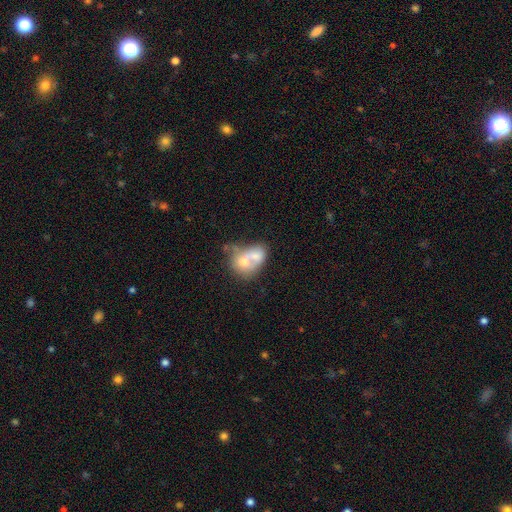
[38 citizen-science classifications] smooth-or-featured: smooth: 61% | featured or disk: 34% | star or artifact: 5%
  how-rounded: in between: 78% | round: 22% | cigar-shaped: 0%
  merging: merger: 75% | none: 19% | minor disturbance: 3% | major disturbance: 3%